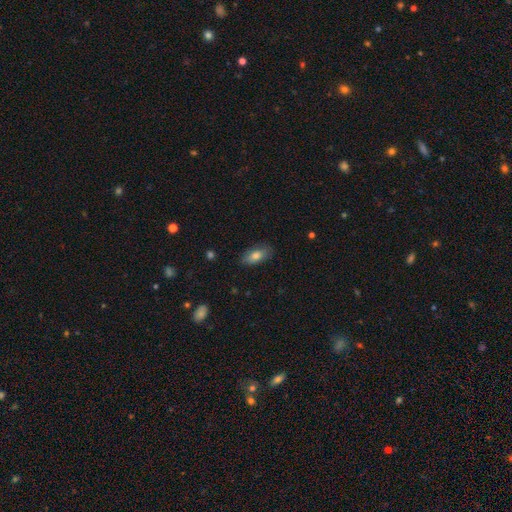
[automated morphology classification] A smooth galaxy with no disk features (78%) that is in between round and cigar-shaped (87%).

Vote fractions:
- Smooth or featured? smooth: 78% / featured or disk: 15% / star or artifact: 8%
- How rounded? in between: 87% / cigar-shaped: 9% / round: 4%
- Merging? none: 82% / minor disturbance: 14% / major disturbance: 3% / merger: 1%